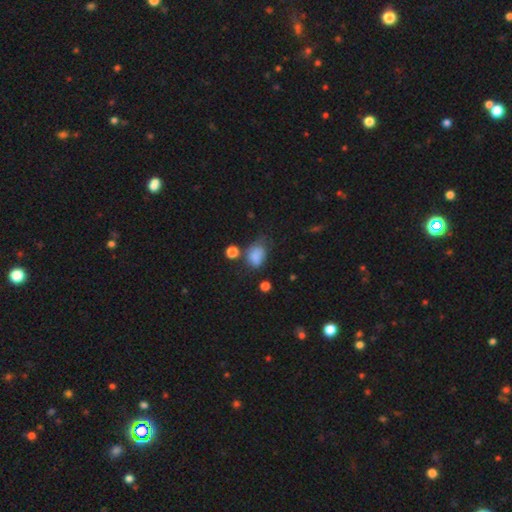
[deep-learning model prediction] smooth_or_featured: smooth (p=0.80) [alt: star or artifact p=0.12]
how_rounded: in between (p=0.71) [alt: round p=0.27]
merging: none (p=0.42) [alt: minor disturbance p=0.33]